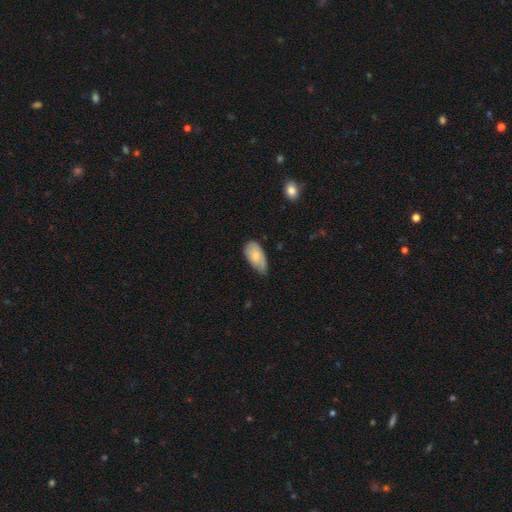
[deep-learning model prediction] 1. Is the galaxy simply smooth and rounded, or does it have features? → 75% smooth, 20% featured or disk, 6% star or artifact.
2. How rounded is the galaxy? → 94% in between, 3% cigar-shaped, 3% round.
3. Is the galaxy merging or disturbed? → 47% none, 44% minor disturbance, 8% major disturbance, 2% merger.